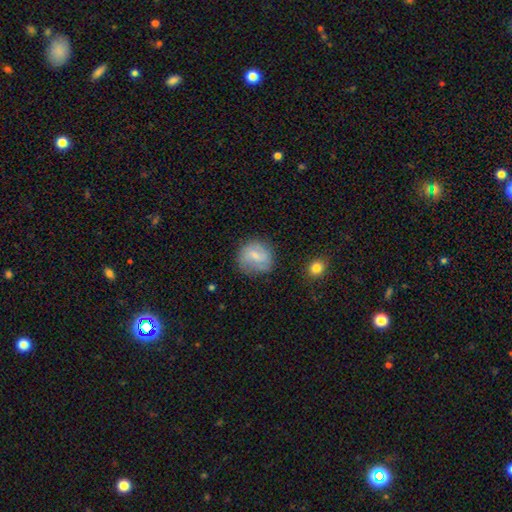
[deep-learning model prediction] The model was most divided on "smooth or featured": smooth: 61%, featured or disk: 31%, star or artifact: 8%. More confident: how rounded — round (78%); merging — none (66%).